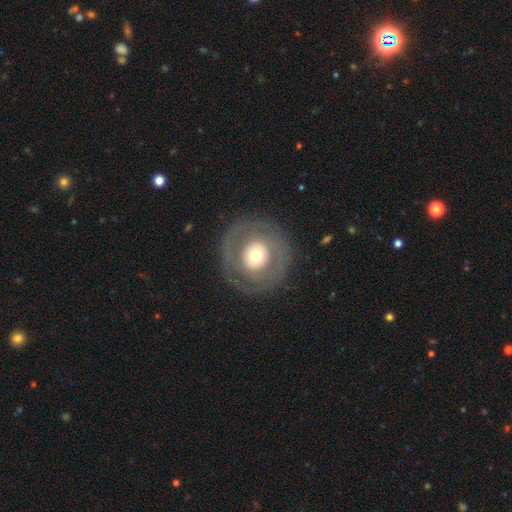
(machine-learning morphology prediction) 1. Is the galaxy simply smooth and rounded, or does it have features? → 49% featured or disk, 44% smooth, 7% star or artifact.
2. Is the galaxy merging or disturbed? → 83% none, 8% minor disturbance, 7% major disturbance, 1% merger.